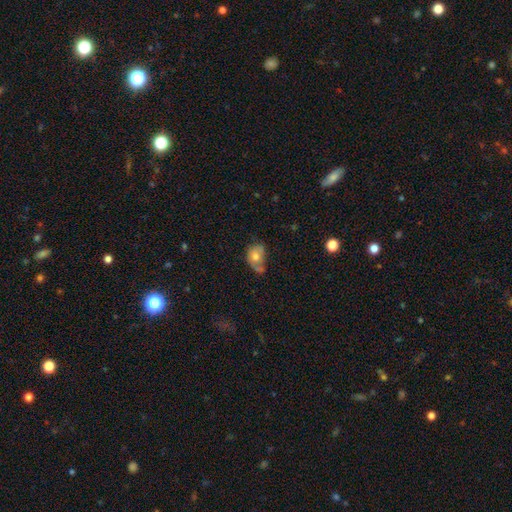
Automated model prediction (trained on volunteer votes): This is likely a smooth galaxy (66%). How rounded: likely in between (68%). Merging: marginally minor disturbance (33%).